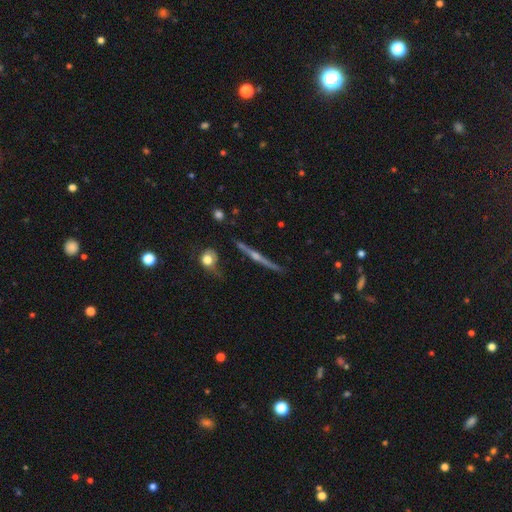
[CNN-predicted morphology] Q: Smooth or featured?
A: featured or disk (82%); runner-up: smooth (12%)
Q: Edge-on disk?
A: yes (98%); runner-up: no (2%)
Q: Edge-on bulge?
A: rounded (86%); runner-up: none (8%)
Q: Merging?
A: none (85%); runner-up: minor disturbance (10%)